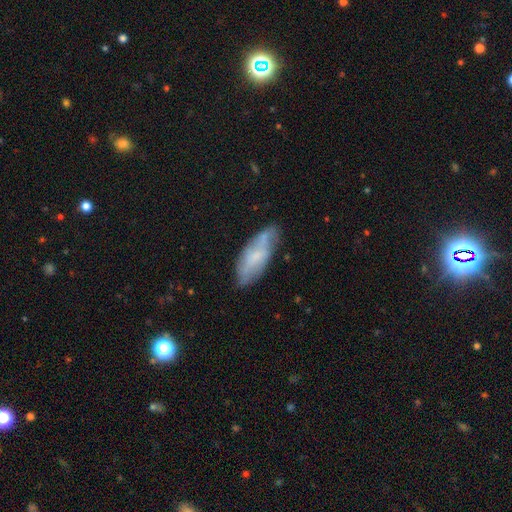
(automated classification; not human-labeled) The model was most divided on "smooth or featured": smooth: 54%, featured or disk: 38%, star or artifact: 8%. More confident: how rounded — in between (72%); merging — none (62%).